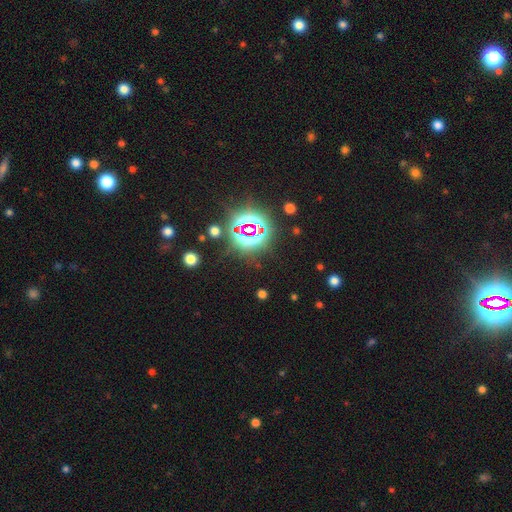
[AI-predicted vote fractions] Smooth or featured?
  - star or artifact: 82% *
  - smooth: 11%
  - featured or disk: 7%